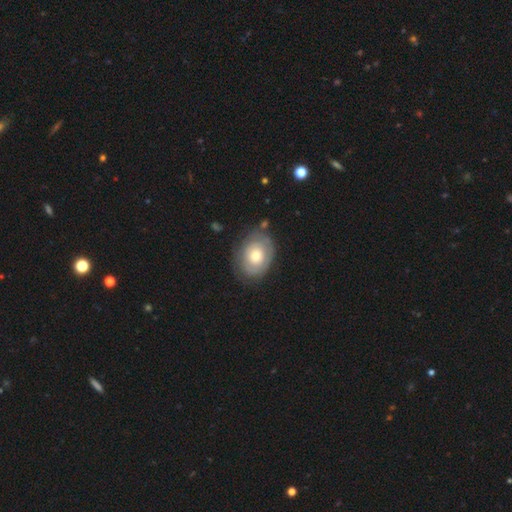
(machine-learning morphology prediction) The model was most divided on "smooth or featured": smooth: 48%, featured or disk: 45%, star or artifact: 6%. More confident: merging — none (73%).